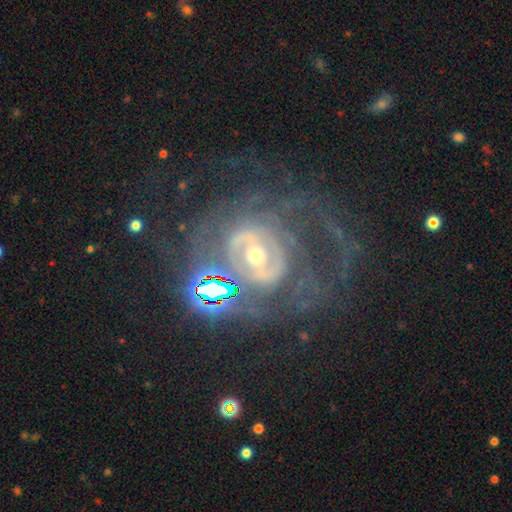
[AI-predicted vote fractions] A featured or disk galaxy (80%) with no bar (40%), tight (49%) spiral arms (77%) and a small central bulge (56%).

Vote fractions:
- Smooth or featured? featured or disk: 80% / star or artifact: 11% / smooth: 9%
- Edge-on disk? no: 96% / yes: 4%
- Bar? no: 40% / weak: 35% / strong: 24%
- Spiral arms? yes: 77% / no: 23%
- Spiral winding? tight: 49% / medium: 35% / loose: 16%
- Spiral arm count? can't tell: 40% / 2: 31% / 3: 10% / 1: 7% / 4: 6% / more than 4: 6%
- Bulge size? small: 56% / moderate: 37% / large: 4% / none: 2% / dominant: 1%
- Merging? none: 50% / major disturbance: 28% / minor disturbance: 15% / merger: 7%